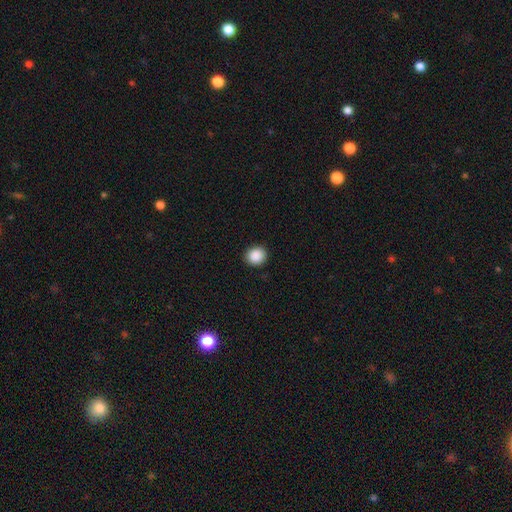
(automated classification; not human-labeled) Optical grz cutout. It shows a smooth galaxy with no disk features (89%) that is round (88%). Merging: none (91%).